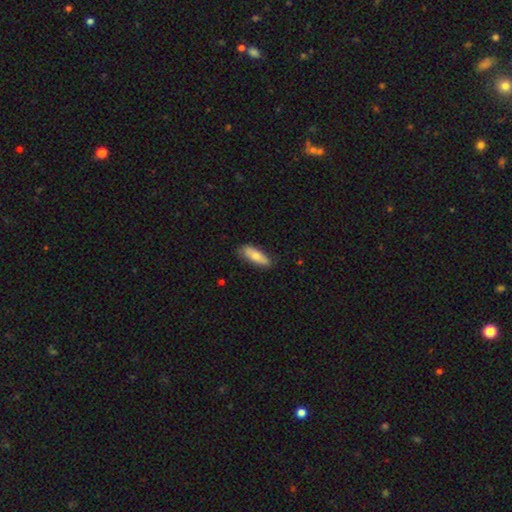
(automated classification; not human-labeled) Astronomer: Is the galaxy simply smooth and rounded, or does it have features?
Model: smooth — 73%.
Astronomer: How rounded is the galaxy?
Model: in between — 60% (runner-up: cigar-shaped, 38%).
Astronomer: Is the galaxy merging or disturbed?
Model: none — 79%.